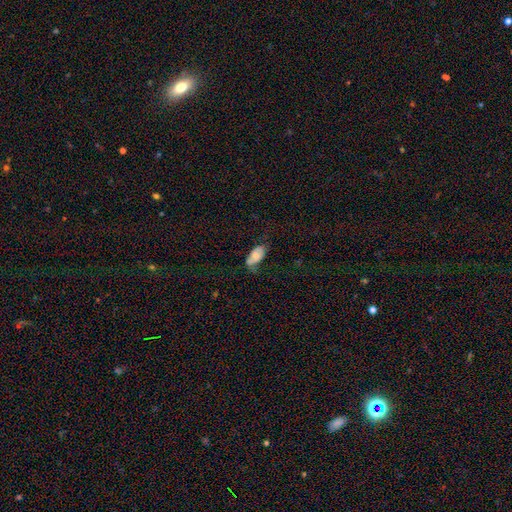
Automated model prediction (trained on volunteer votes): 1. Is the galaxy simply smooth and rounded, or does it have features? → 64% smooth, 29% featured or disk, 8% star or artifact.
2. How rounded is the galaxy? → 92% in between, 4% round, 4% cigar-shaped.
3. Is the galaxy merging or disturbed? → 42% none, 34% minor disturbance, 20% major disturbance, 4% merger.